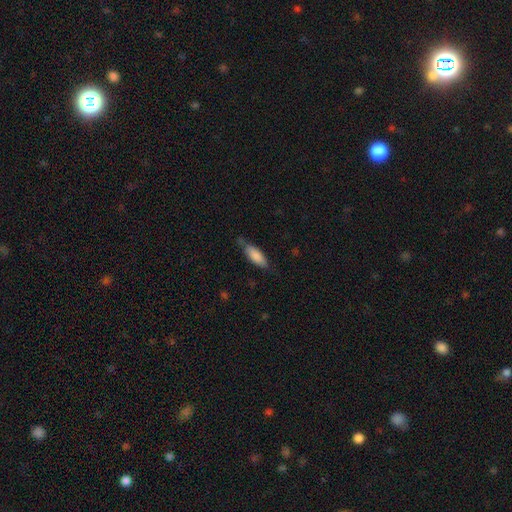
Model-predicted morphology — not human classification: smooth_or_featured: smooth (p=0.84) [alt: featured or disk p=0.10]
how_rounded: in between (p=0.72) [alt: cigar-shaped p=0.26]
merging: none (p=0.63) [alt: minor disturbance p=0.27]